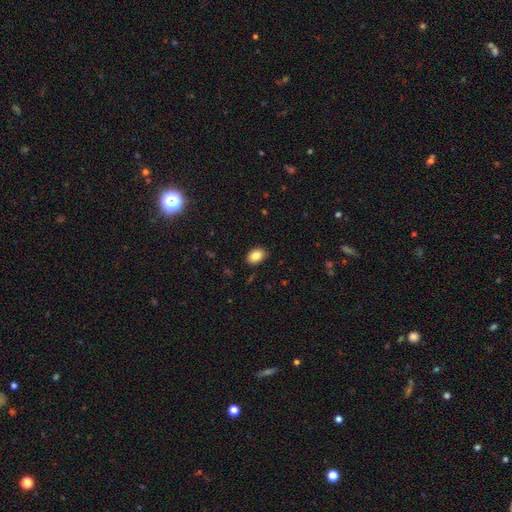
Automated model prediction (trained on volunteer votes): Smooth or featured: smooth — 87% (star or artifact — 8%)
How rounded: in between — 80% (round — 19%)
Merging: none — 87% (minor disturbance — 10%)